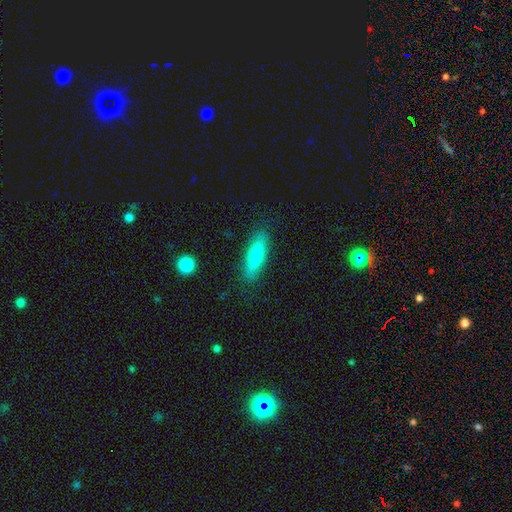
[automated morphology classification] smooth 69%, featured or disk 25%, star or artifact 6%. Down the decision tree: how rounded — cigar-shaped (58%); merging — none (86%).